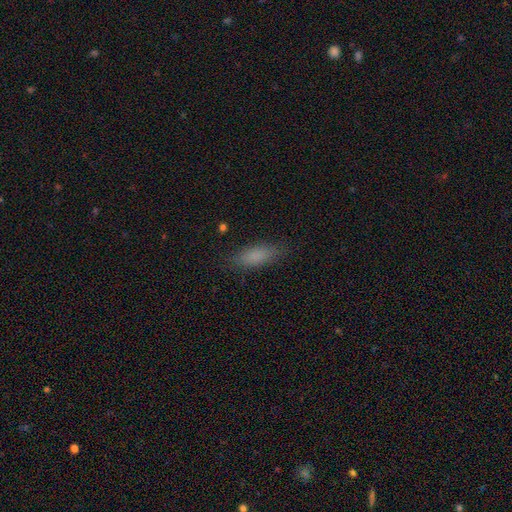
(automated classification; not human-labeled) smooth-or-featured: smooth: 83% | star or artifact: 9% | featured or disk: 8%
  how-rounded: in between: 63% | cigar-shaped: 35% | round: 2%
  merging: none: 83% | minor disturbance: 12% | major disturbance: 4% | merger: 1%